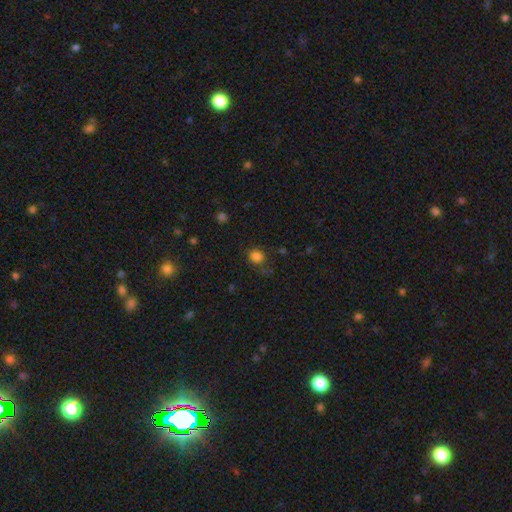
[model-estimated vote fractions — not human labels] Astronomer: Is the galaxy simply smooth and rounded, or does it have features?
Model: smooth — 81%.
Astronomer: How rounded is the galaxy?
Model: round — 75%.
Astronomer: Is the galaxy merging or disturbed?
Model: none — 73%.